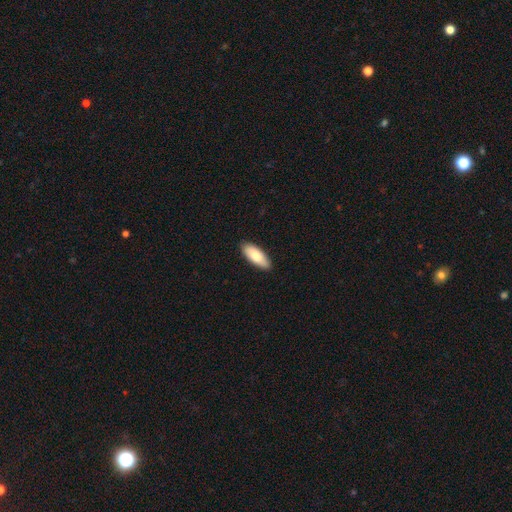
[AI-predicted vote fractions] The model was most divided on "how rounded": in between: 77%, cigar-shaped: 21%, round: 2%. More confident: merging — none (89%); smooth or featured — smooth (81%).